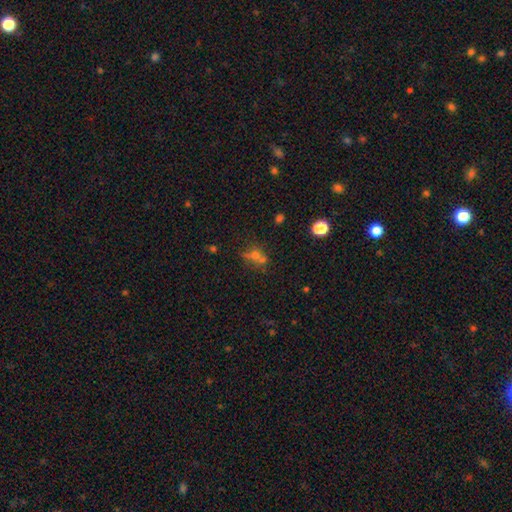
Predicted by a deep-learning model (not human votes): Smooth or featured? smooth (51%)
How rounded? round (66%)
Merging? none (46%)